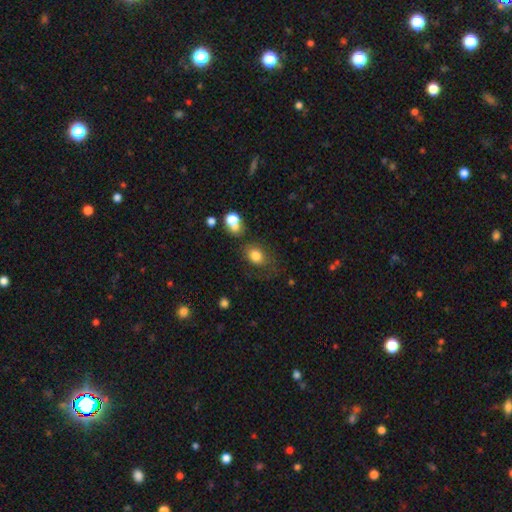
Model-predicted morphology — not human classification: A smooth galaxy with no disk features (80%) that is in between round and cigar-shaped (56%).

Vote fractions:
- Smooth or featured? smooth: 80% / star or artifact: 11% / featured or disk: 9%
- How rounded? in between: 56% / round: 43% / cigar-shaped: 1%
- Merging? none: 55% / minor disturbance: 22% / major disturbance: 16% / merger: 7%